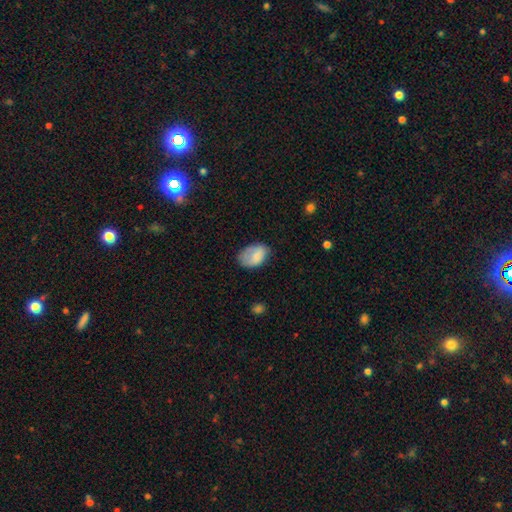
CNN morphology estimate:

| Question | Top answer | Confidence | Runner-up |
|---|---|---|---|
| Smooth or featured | smooth | 80% | featured or disk (13%) |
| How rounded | in between | 87% | round (11%) |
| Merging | none | 57% | minor disturbance (31%) |